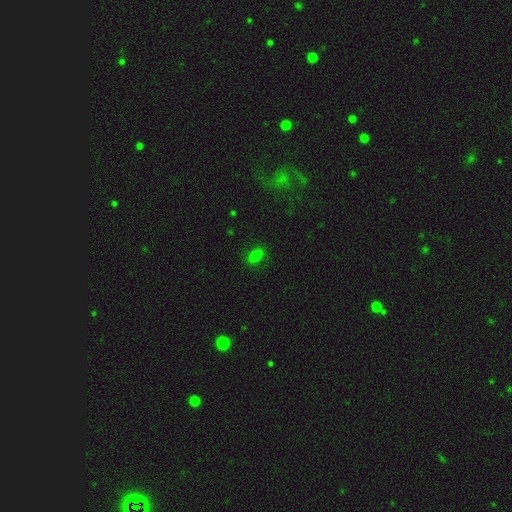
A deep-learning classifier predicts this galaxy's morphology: Smooth or featured?
  - smooth: 76% *
  - star or artifact: 18%
  - featured or disk: 6%
How rounded?
  - in between: 80% *
  - round: 17%
  - cigar-shaped: 2%
Merging?
  - none: 85% *
  - minor disturbance: 11%
  - major disturbance: 3%
  - merger: 1%